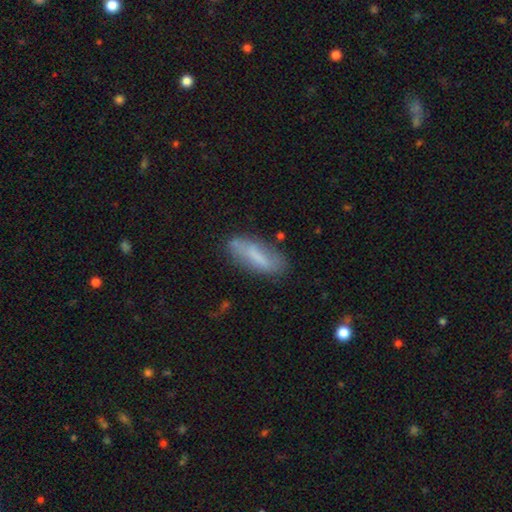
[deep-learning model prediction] A smooth galaxy with no disk features (67%) that is in between round and cigar-shaped (54%).

Vote fractions:
- Smooth or featured? smooth: 67% / featured or disk: 26% / star or artifact: 8%
- How rounded? in between: 54% / cigar-shaped: 44% / round: 2%
- Merging? none: 70% / minor disturbance: 21% / major disturbance: 6% / merger: 4%